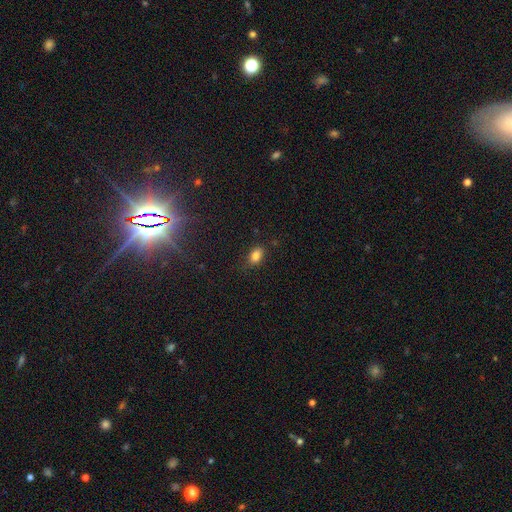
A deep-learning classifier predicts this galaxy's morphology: Q: Smooth or featured?
A: smooth (83%); runner-up: star or artifact (10%)
Q: How rounded?
A: in between (85%); runner-up: round (12%)
Q: Merging?
A: none (78%); runner-up: minor disturbance (17%)